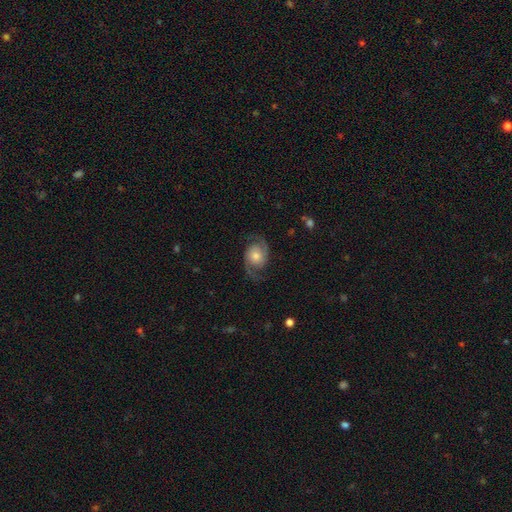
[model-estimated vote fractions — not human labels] A featured or disk galaxy (83%) with no bar (74%), 2 (93%) medium (50%) spiral arms (96%) and a moderate central bulge (53%). Merging: none (77%).